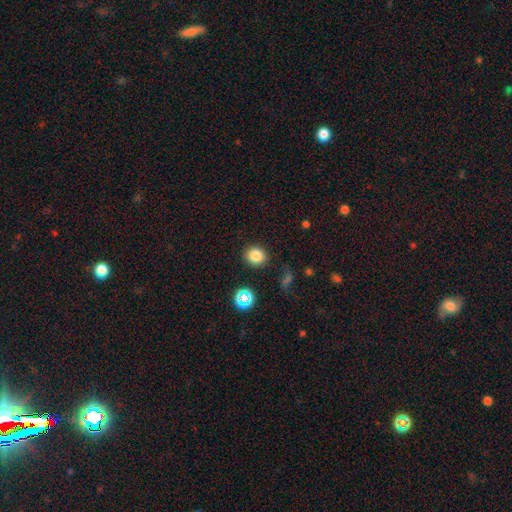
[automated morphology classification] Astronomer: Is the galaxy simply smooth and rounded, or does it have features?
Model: smooth — 80%.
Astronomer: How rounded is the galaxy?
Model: round — 81%.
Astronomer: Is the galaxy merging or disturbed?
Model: none — 87%.